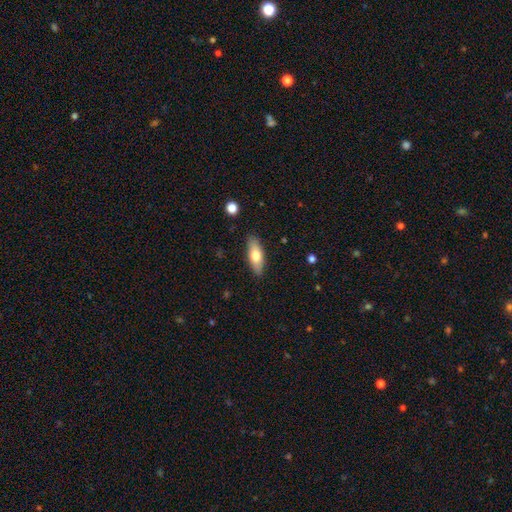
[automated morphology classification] type=smooth (71%); roundness=in between (68%); merging=none (87%).